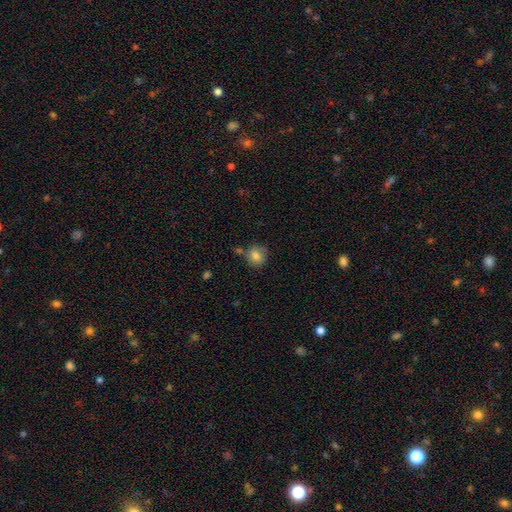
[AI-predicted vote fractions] Smooth or featured? smooth (82%)
How rounded? round (81%)
Merging? none (69%)